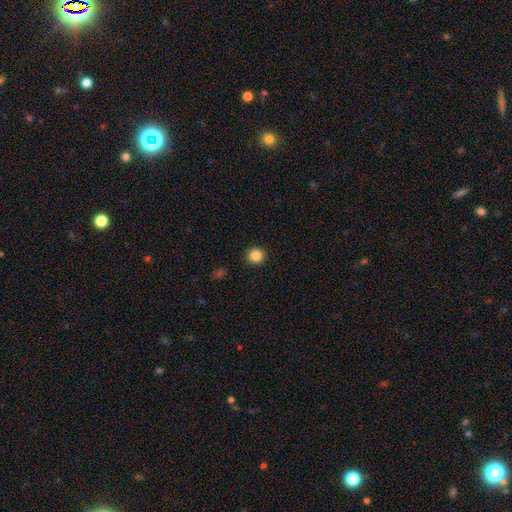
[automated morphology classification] The model was most divided on "smooth or featured": smooth: 86%, star or artifact: 10%, featured or disk: 3%. More confident: how rounded — round (93%); merging — none (92%).